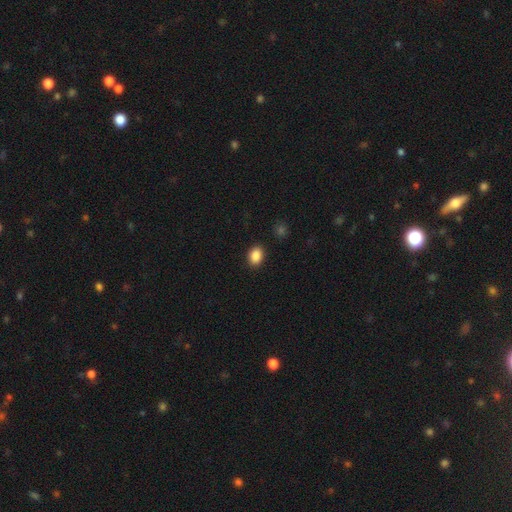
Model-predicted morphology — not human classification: Smooth or featured? smooth (87%)
How rounded? in between (69%)
Merging? none (90%)